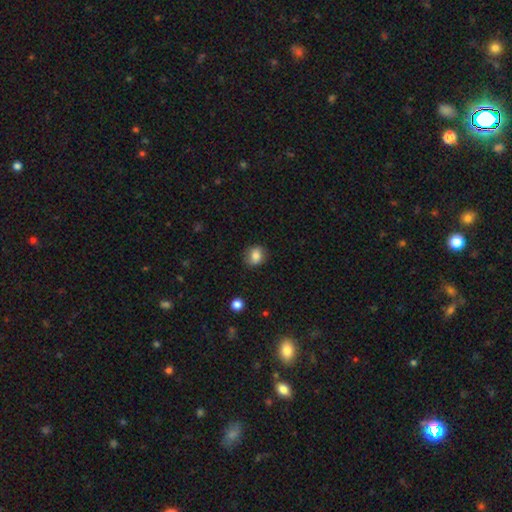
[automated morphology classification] Q: Smooth or featured?
A: smooth (80%); runner-up: featured or disk (10%)
Q: How rounded?
A: round (66%); runner-up: in between (33%)
Q: Merging?
A: none (79%); runner-up: minor disturbance (16%)